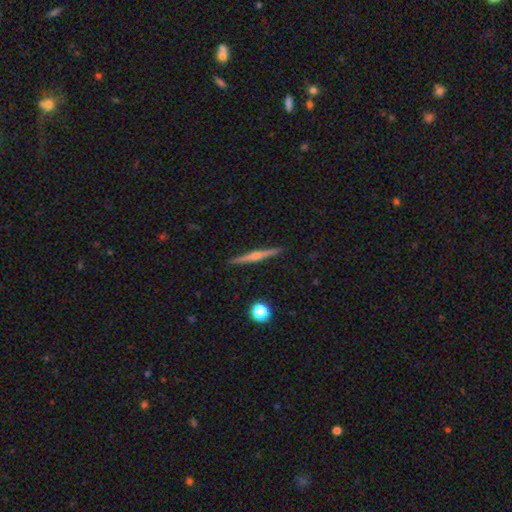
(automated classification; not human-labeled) Smooth or featured? Predicted: featured or disk (p=0.74). Edge-on disk? Predicted: yes (p=0.98). Edge-on bulge? Predicted: rounded (p=0.88). Merging? Predicted: none (p=0.92).